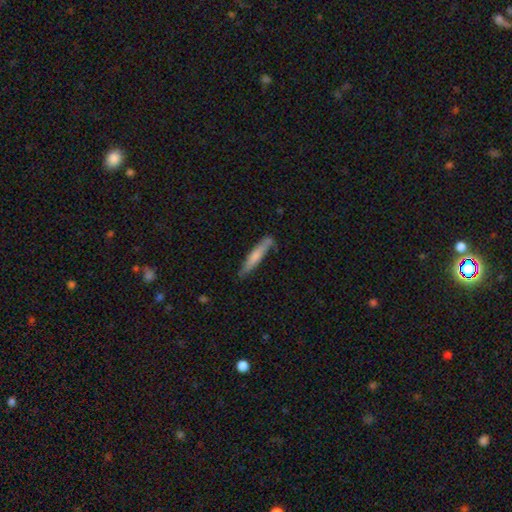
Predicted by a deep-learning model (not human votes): smooth_or_featured: smooth (p=0.66) [alt: featured or disk p=0.28]
how_rounded: cigar-shaped (p=0.91) [alt: in between p=0.07]
merging: none (p=0.74) [alt: minor disturbance p=0.18]